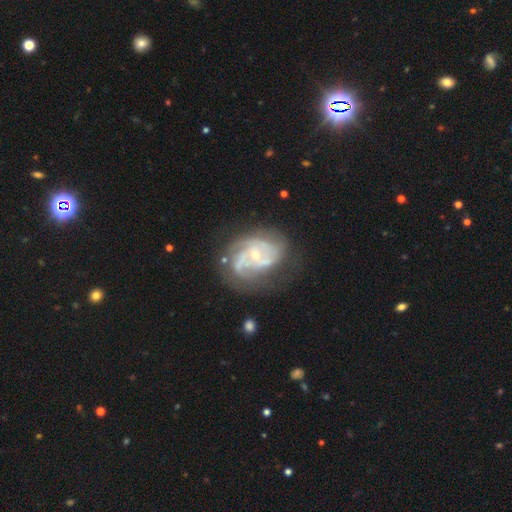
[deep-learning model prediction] Smooth or featured? Predicted: featured or disk (p=0.85). Edge-on disk? Predicted: no (p=0.98). Bar? Predicted: no (p=0.60). Spiral arms? Predicted: yes (p=0.93). Spiral winding? Predicted: medium (p=0.43). Spiral arm count? Predicted: 3 (p=0.31). Bulge size? Predicted: small (p=0.66). Merging? Predicted: none (p=0.55).